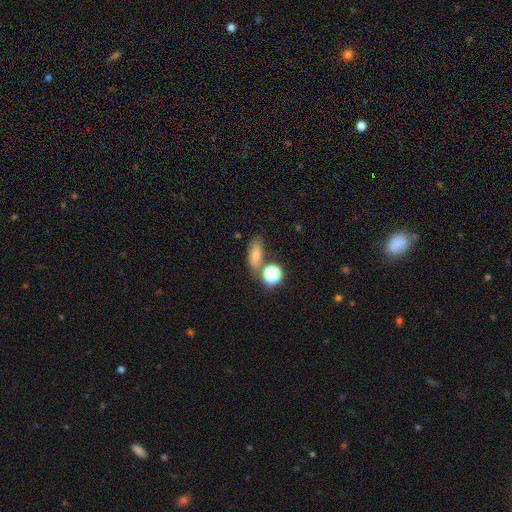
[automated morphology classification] Overall: smooth (56%; star or artifact 24%). How rounded: in between (63%). Merging: none (66%).